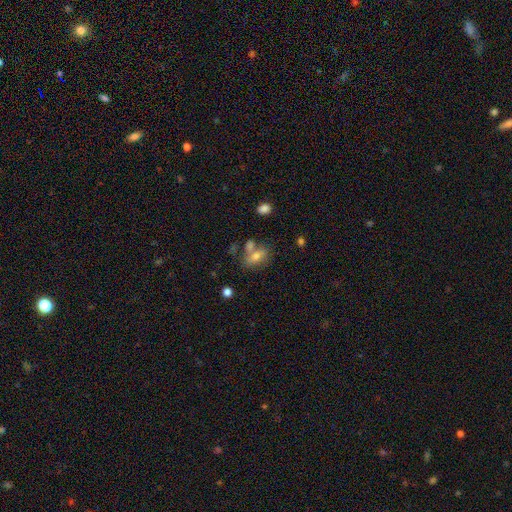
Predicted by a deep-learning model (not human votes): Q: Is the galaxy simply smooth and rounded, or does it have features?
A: smooth — 62%.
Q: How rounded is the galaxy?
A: in between — 76%.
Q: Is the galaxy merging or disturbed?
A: none — 53%.